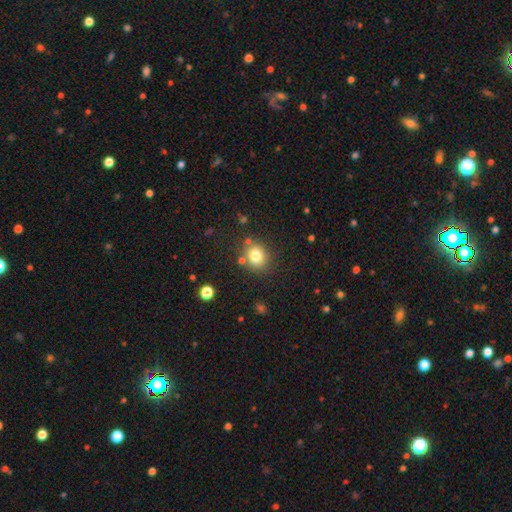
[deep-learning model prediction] Overall: smooth (79%). How rounded: round (80%). Merging: none (80%).